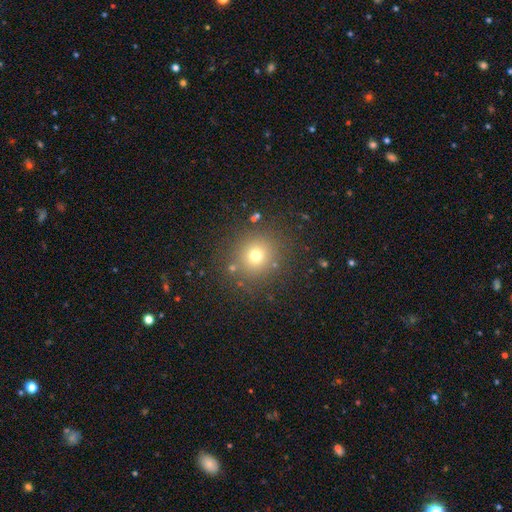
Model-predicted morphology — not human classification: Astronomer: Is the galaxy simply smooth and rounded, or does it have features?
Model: smooth — 70%.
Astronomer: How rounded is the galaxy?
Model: round — 91%.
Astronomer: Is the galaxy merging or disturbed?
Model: none — 85%.